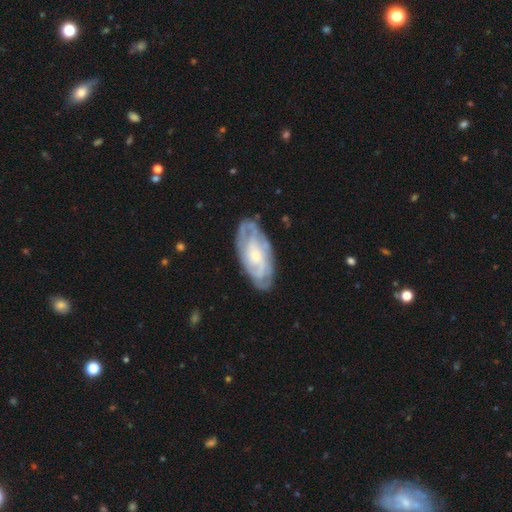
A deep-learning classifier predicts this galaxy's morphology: Smooth or featured?
  - featured or disk: 74% *
  - smooth: 20%
  - star or artifact: 5%
Edge-on disk?
  - no: 92% *
  - yes: 8%
Bar?
  - no: 70% *
  - weak: 25%
  - strong: 5%
Spiral arms?
  - yes: 87% *
  - no: 13%
Spiral winding?
  - tight: 62% *
  - medium: 29%
  - loose: 9%
Spiral arm count?
  - can't tell: 48% *
  - 2: 19%
  - 3: 14%
  - 4: 11%
  - more than 4: 4%
  - 1: 4%
Bulge size?
  - small: 61% *
  - moderate: 32%
  - none: 3%
  - large: 3%
  - dominant: 1%
Merging?
  - none: 76% *
  - minor disturbance: 18%
  - major disturbance: 5%
  - merger: 1%